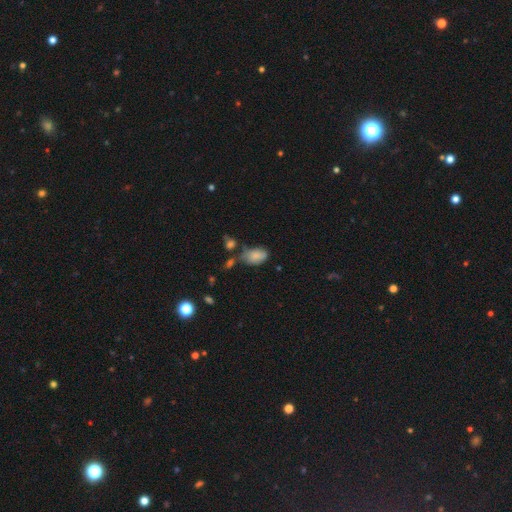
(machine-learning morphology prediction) A smooth galaxy with no disk features (80%) that is in between round and cigar-shaped (89%). Merging: none (44%).